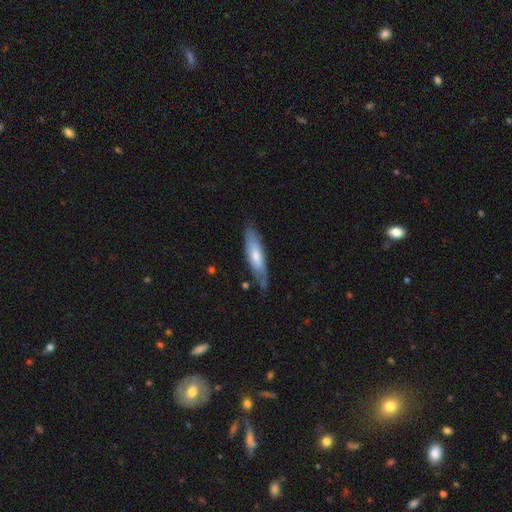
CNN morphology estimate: Q: Smooth or featured?
A: smooth (57%); runner-up: featured or disk (38%)
Q: How rounded?
A: cigar-shaped (67%); runner-up: in between (31%)
Q: Merging?
A: none (70%); runner-up: minor disturbance (23%)